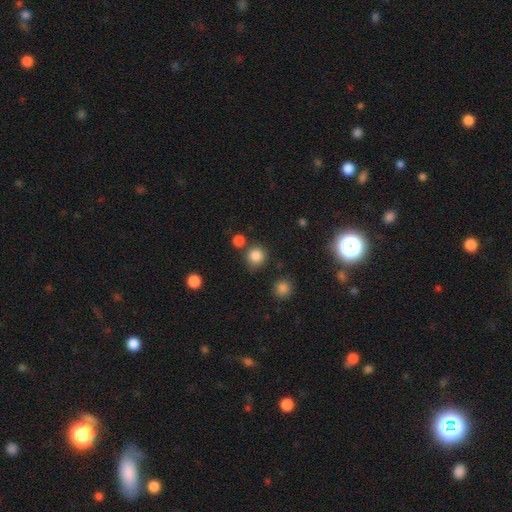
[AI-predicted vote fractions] A smooth galaxy with no disk features (83%) that is round (91%). Merging: none (75%).